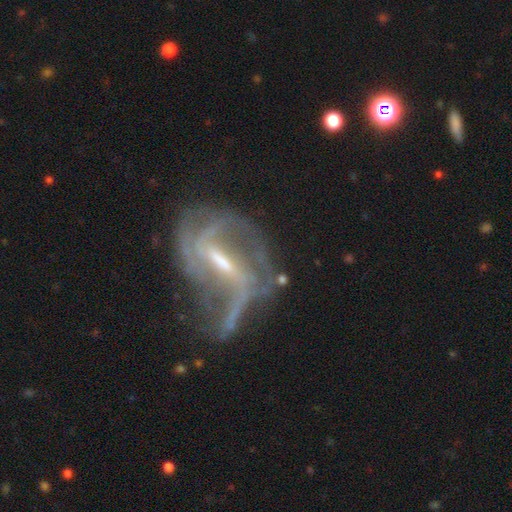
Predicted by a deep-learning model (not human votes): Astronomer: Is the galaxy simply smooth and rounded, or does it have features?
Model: featured or disk — 85%.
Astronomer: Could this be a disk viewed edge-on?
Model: no — 94%.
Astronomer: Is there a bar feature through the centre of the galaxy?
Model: strong — 51% (runner-up: weak, 38%).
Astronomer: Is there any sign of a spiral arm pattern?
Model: yes — 90%.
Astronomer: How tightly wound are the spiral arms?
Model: medium — 41% (runner-up: loose, 37%).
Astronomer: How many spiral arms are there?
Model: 2 — 45% (runner-up: can't tell, 24%).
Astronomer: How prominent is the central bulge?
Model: small — 54% (runner-up: moderate, 37%).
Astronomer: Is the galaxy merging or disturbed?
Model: none — 41% (runner-up: major disturbance, 30%).